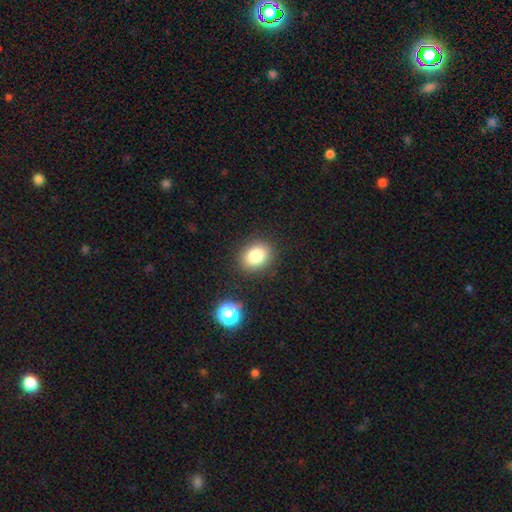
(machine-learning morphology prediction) smooth_or_featured: smooth (p=0.82) [alt: star or artifact p=0.11]
how_rounded: in between (p=0.56) [alt: round p=0.43]
merging: none (p=0.87) [alt: minor disturbance p=0.08]